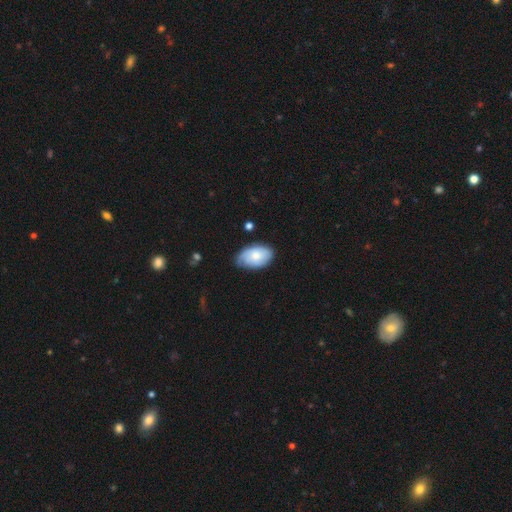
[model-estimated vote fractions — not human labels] Smooth or featured: smooth — 61% (featured or disk — 33%)
How rounded: in between — 92% (round — 7%)
Merging: none — 65% (minor disturbance — 28%)